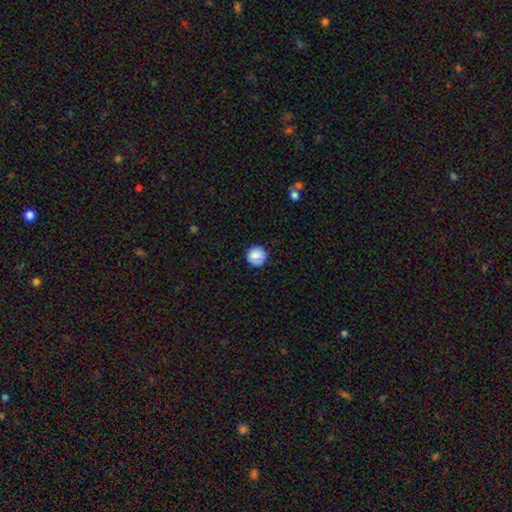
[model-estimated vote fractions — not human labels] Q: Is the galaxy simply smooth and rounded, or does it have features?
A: smooth — 87%.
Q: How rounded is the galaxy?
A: round — 95%.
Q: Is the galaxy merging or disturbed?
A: none — 89%.